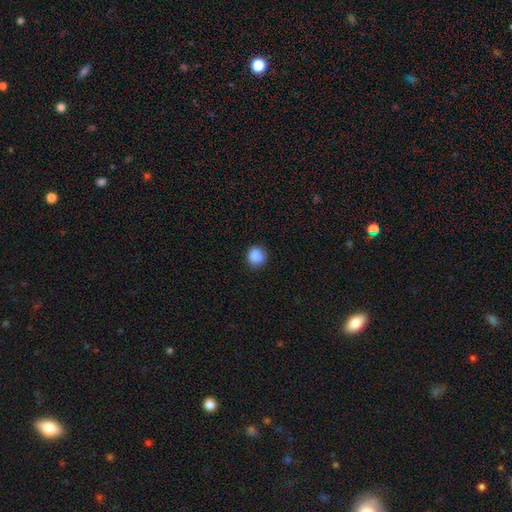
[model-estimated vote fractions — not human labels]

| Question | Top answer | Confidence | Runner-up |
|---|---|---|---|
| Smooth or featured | smooth | 88% | star or artifact (9%) |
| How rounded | round | 88% | in between (11%) |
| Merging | none | 85% | minor disturbance (11%) |